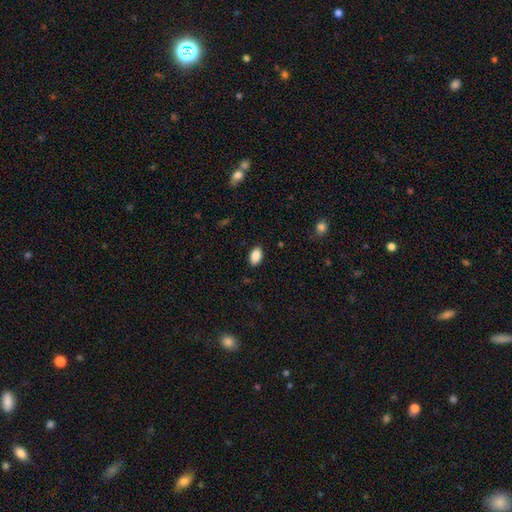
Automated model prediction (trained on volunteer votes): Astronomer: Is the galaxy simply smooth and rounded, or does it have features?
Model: smooth — 88%.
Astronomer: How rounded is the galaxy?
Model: in between — 92%.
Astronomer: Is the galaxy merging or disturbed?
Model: none — 87%.